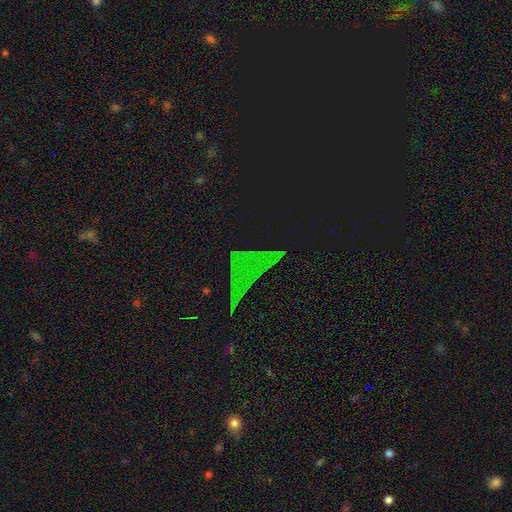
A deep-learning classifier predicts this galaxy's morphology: A star or artifact, not a galaxy (74%).

Vote fractions:
- Smooth or featured? star or artifact: 74% / smooth: 15% / featured or disk: 11%